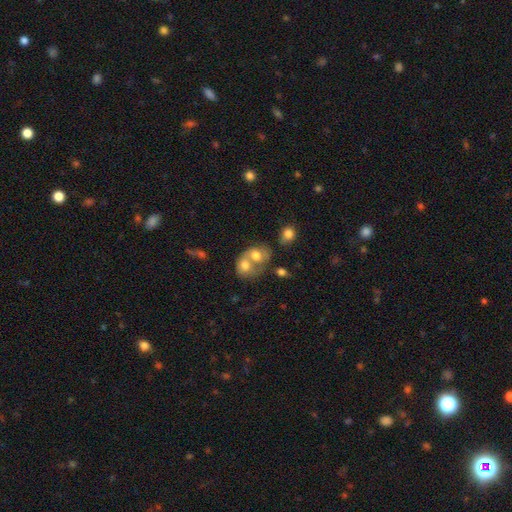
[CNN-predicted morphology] A smooth galaxy with no disk features (62%) that is in between round and cigar-shaped (54%).

Vote fractions:
- Smooth or featured? smooth: 62% / featured or disk: 28% / star or artifact: 10%
- How rounded? in between: 54% / round: 45% / cigar-shaped: 1%
- Merging? merger: 73% / none: 16% / minor disturbance: 7% / major disturbance: 5%